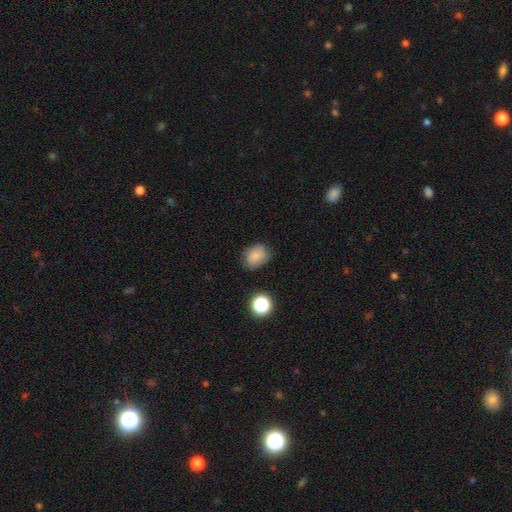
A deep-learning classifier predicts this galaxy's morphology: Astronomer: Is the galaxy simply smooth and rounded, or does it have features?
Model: smooth — 81%.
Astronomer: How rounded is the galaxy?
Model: in between — 56% (runner-up: round, 43%).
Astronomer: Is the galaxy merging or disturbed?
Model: none — 73%.